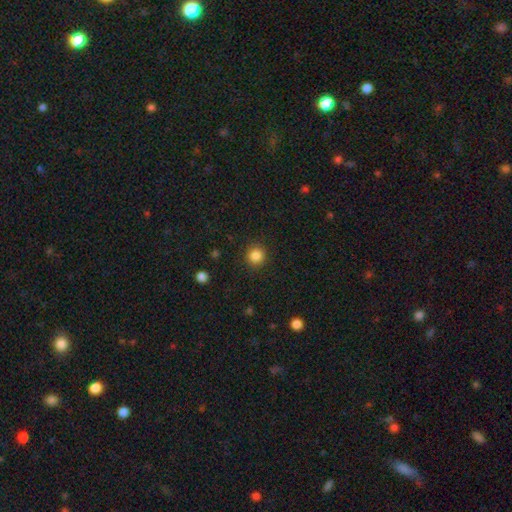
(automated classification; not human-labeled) smooth-or-featured: smooth: 85% | star or artifact: 11% | featured or disk: 4%
  how-rounded: round: 94% | in between: 5% | cigar-shaped: 1%
  merging: none: 92% | minor disturbance: 5% | major disturbance: 2% | merger: 1%